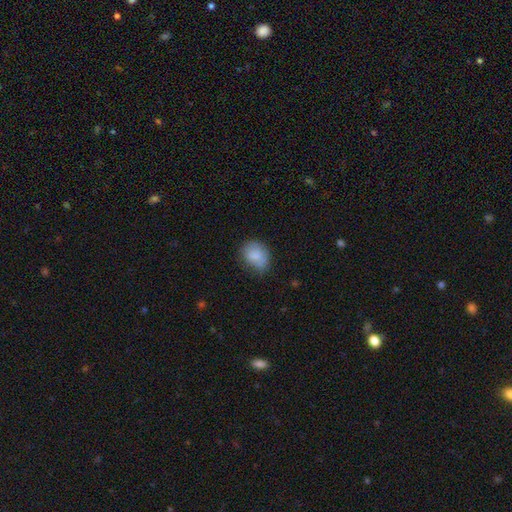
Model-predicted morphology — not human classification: A smooth galaxy with no disk features (81%) that is in between round and cigar-shaped (54%).

Vote fractions:
- Smooth or featured? smooth: 81% / featured or disk: 11% / star or artifact: 8%
- How rounded? in between: 54% / round: 45% / cigar-shaped: 1%
- Merging? none: 61% / minor disturbance: 28% / major disturbance: 7% / merger: 5%